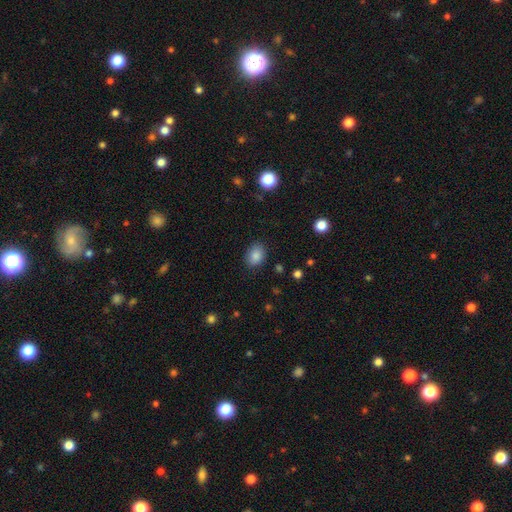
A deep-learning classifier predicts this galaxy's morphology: Smooth or featured?
  - smooth: 86% *
  - star or artifact: 9%
  - featured or disk: 5%
How rounded?
  - in between: 69% *
  - round: 30%
  - cigar-shaped: 1%
Merging?
  - none: 84% *
  - minor disturbance: 12%
  - major disturbance: 3%
  - merger: 1%